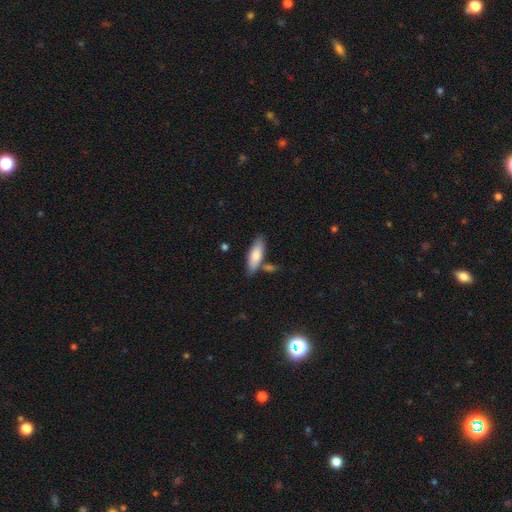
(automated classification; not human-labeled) Smooth or featured?
  - smooth: 78% *
  - featured or disk: 17%
  - star or artifact: 5%
How rounded?
  - in between: 61% *
  - cigar-shaped: 37%
  - round: 2%
Merging?
  - none: 71% *
  - minor disturbance: 14%
  - merger: 12%
  - major disturbance: 3%